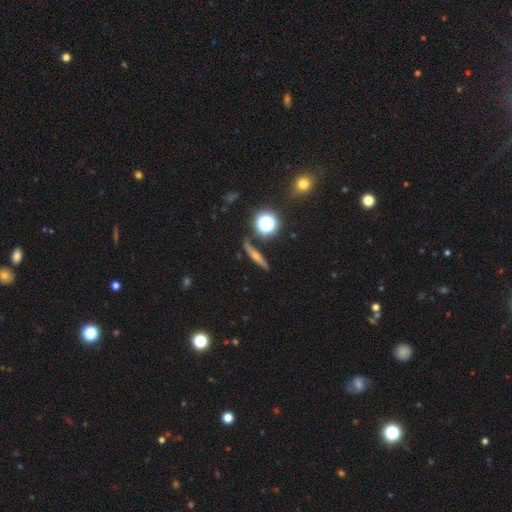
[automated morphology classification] This is possibly a featured or disk galaxy (60%). It is clearly viewed edge-on (92%). Edge-on bulge: clearly rounded (87%). Merging: clearly none (86%).